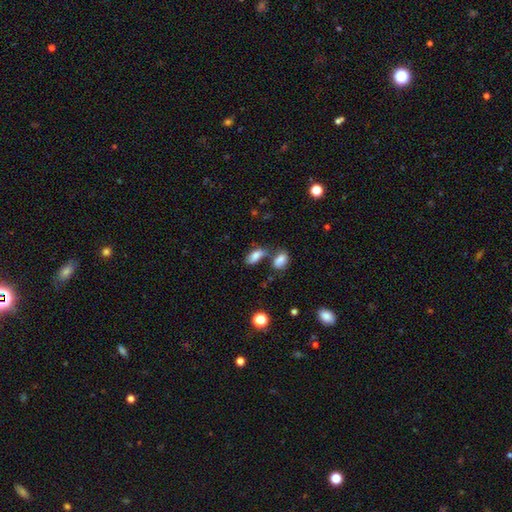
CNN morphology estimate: Smooth or featured?
  - smooth: 79% *
  - featured or disk: 11%
  - star or artifact: 10%
How rounded?
  - in between: 90% *
  - cigar-shaped: 6%
  - round: 4%
Merging?
  - none: 46% *
  - merger: 33%
  - minor disturbance: 15%
  - major disturbance: 6%